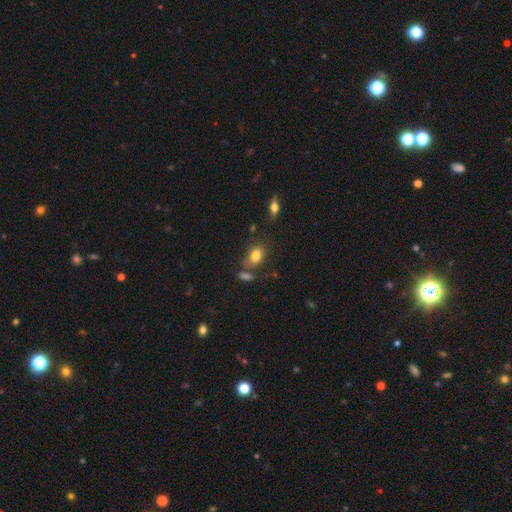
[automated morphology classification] Q: Smooth or featured?
A: smooth (81%); runner-up: featured or disk (10%)
Q: How rounded?
A: in between (82%); runner-up: round (16%)
Q: Merging?
A: none (64%); runner-up: minor disturbance (17%)